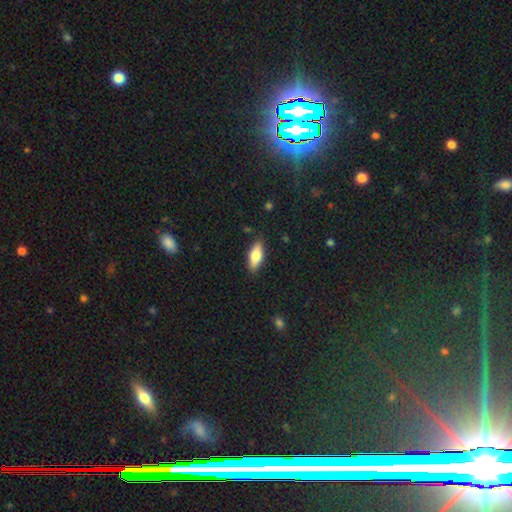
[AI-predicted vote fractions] This appears to be a smooth galaxy with no disk features (74%) that is in between round and cigar-shaped (76%). Merging: none (86%).